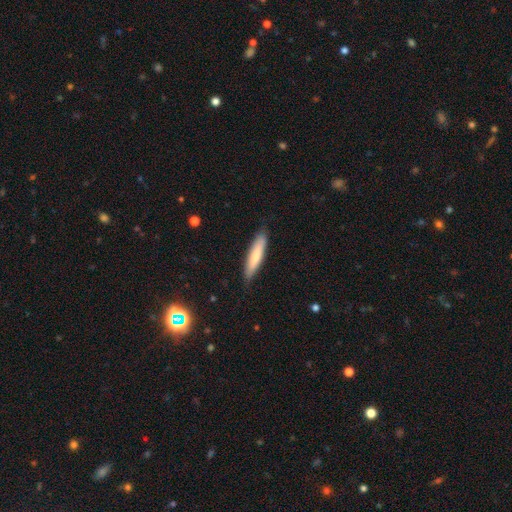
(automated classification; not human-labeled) smooth-or-featured: smooth: 77% | featured or disk: 18% | star or artifact: 5%
  how-rounded: cigar-shaped: 81% | in between: 17% | round: 1%
  merging: none: 82% | minor disturbance: 14% | major disturbance: 2% | merger: 1%